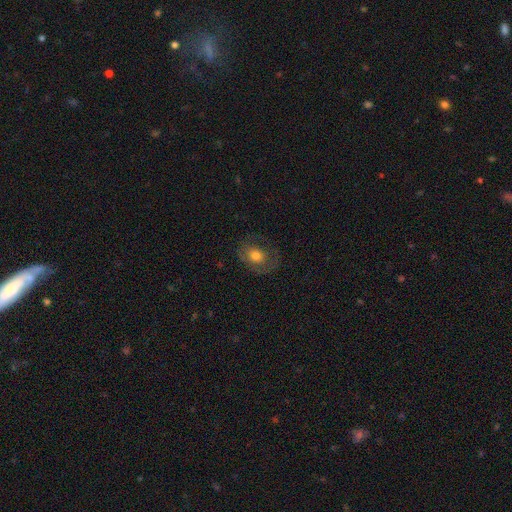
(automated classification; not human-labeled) A smooth galaxy with no disk features (59%) that is in between round and cigar-shaped (51%).

Vote fractions:
- Smooth or featured? smooth: 59% / featured or disk: 32% / star or artifact: 9%
- How rounded? in between: 51% / round: 48% / cigar-shaped: 1%
- Merging? none: 62% / minor disturbance: 20% / major disturbance: 17% / merger: 1%